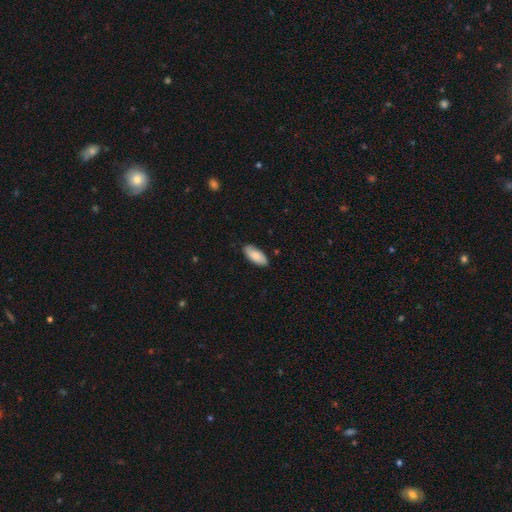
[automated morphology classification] A smooth galaxy with no disk features (83%) that is in between round and cigar-shaped (89%).

Vote fractions:
- Smooth or featured? smooth: 83% / featured or disk: 11% / star or artifact: 6%
- How rounded? in between: 89% / cigar-shaped: 9% / round: 2%
- Merging? none: 85% / minor disturbance: 12% / major disturbance: 2% / merger: 1%